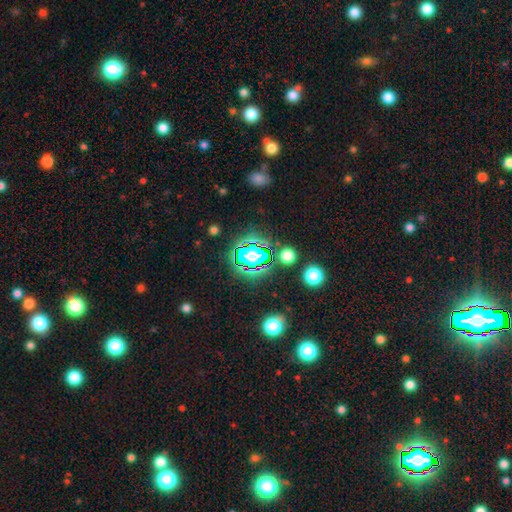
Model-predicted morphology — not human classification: smooth-or-featured: star or artifact: 64% | smooth: 24% | featured or disk: 12%